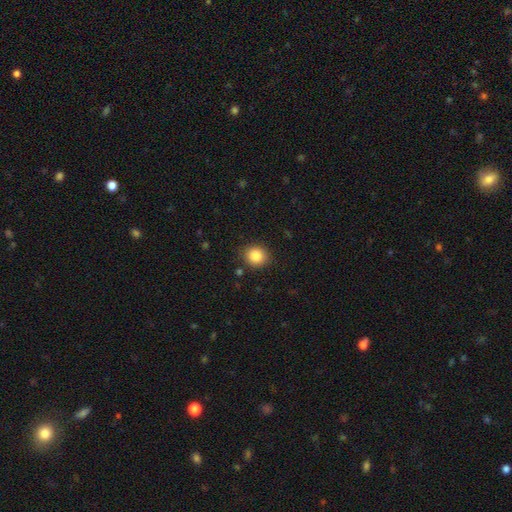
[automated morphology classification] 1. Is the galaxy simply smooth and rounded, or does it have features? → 86% smooth, 10% star or artifact, 4% featured or disk.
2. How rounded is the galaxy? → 83% round, 16% in between, 1% cigar-shaped.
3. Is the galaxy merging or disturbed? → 88% none, 8% minor disturbance, 3% major disturbance, 2% merger.